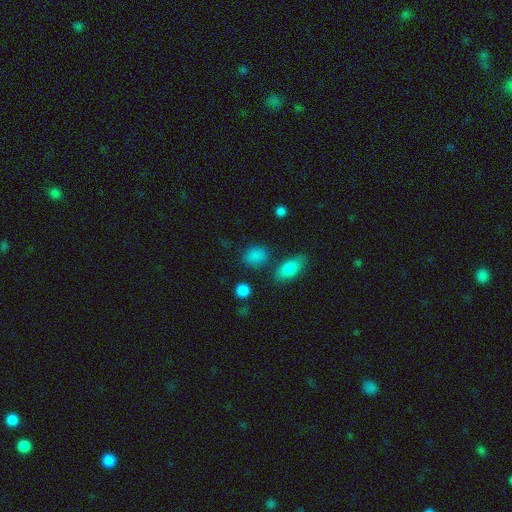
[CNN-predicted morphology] The model was most divided on "how rounded": in between: 56%, round: 42%, cigar-shaped: 2%. More confident: smooth or featured — smooth (85%); merging — none (75%).